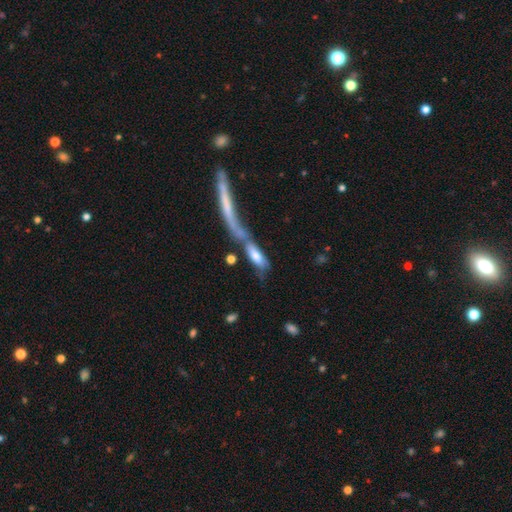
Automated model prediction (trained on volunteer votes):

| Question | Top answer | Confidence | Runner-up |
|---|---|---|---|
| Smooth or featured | smooth | 64% | featured or disk (28%) |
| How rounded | in between | 49% | cigar-shaped (47%) |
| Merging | merger | 58% | none (21%) |